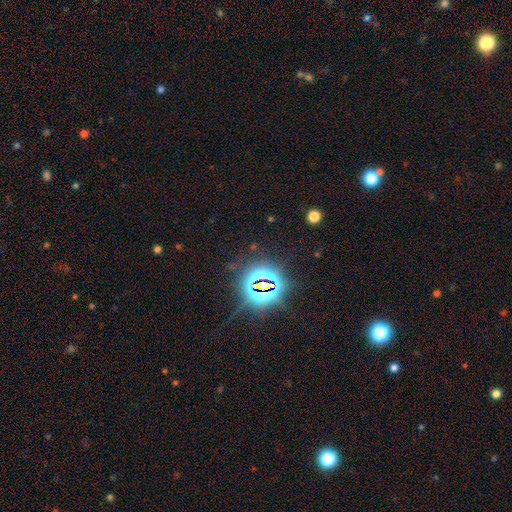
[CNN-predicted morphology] Smooth or featured: star or artifact — 83% (smooth — 10%)